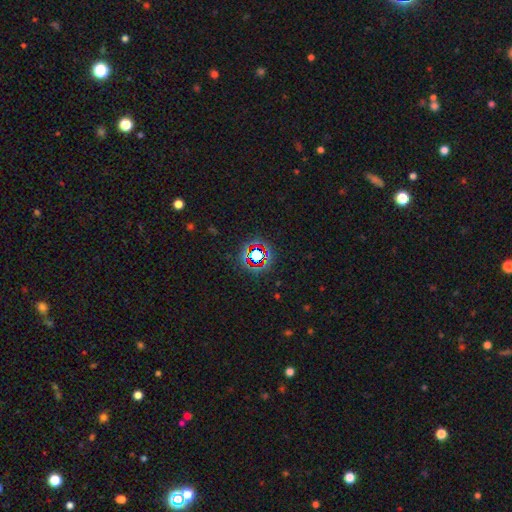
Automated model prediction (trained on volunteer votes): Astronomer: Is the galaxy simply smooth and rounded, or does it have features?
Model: star or artifact — 71%.